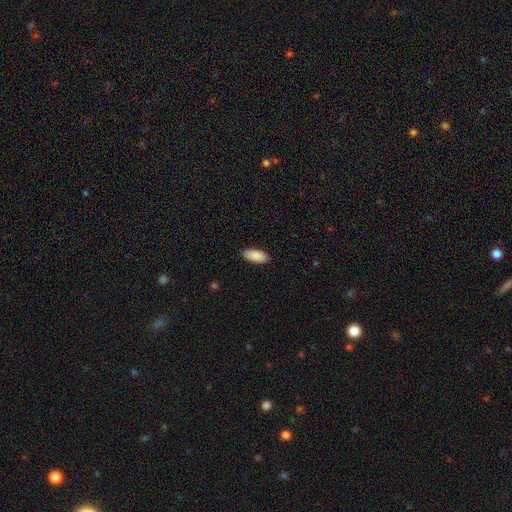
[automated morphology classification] Smooth or featured: smooth — 90% (star or artifact — 6%)
How rounded: in between — 90% (cigar-shaped — 8%)
Merging: none — 88% (minor disturbance — 9%)